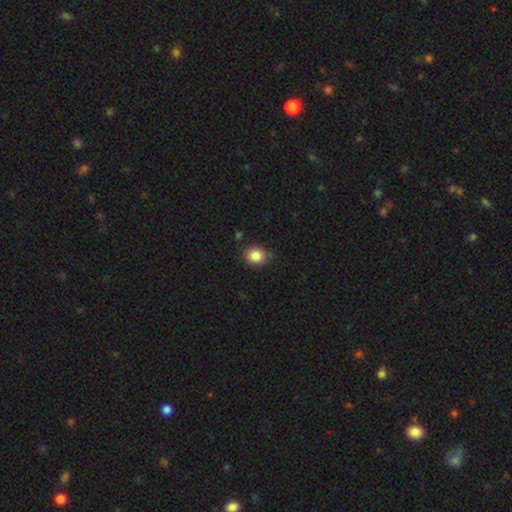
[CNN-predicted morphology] Overall: smooth (85%). How rounded: round (66%; in between 33%). Merging: none (77%).